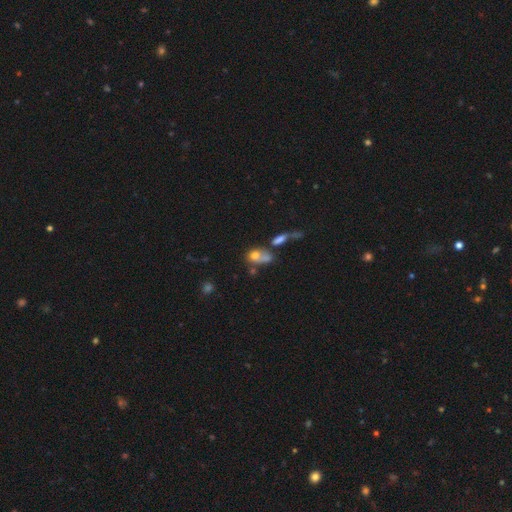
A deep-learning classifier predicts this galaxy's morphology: A smooth galaxy with no disk features (66%) that is in between round and cigar-shaped (57%).

Vote fractions:
- Smooth or featured? smooth: 66% / featured or disk: 21% / star or artifact: 13%
- How rounded? in between: 57% / round: 39% / cigar-shaped: 4%
- Merging? merger: 51% / none: 23% / major disturbance: 14% / minor disturbance: 12%